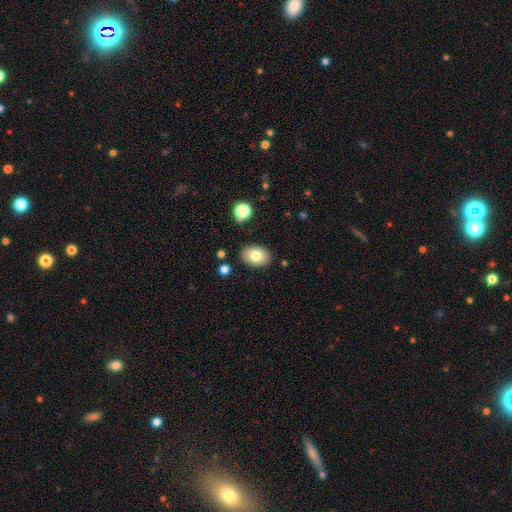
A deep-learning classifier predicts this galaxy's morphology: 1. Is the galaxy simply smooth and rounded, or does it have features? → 80% smooth, 12% featured or disk, 8% star or artifact.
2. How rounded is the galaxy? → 76% in between, 23% round, 1% cigar-shaped.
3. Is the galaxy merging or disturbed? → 86% none, 10% minor disturbance, 2% major disturbance, 2% merger.